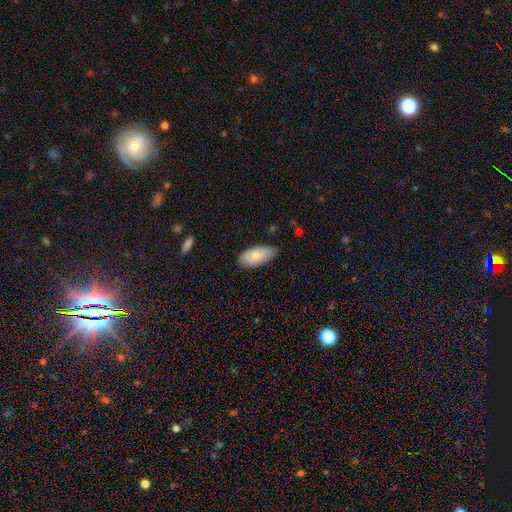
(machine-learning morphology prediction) smooth_or_featured: smooth (p=0.74) [alt: featured or disk p=0.20]
how_rounded: in between (p=0.92) [alt: cigar-shaped p=0.06]
merging: none (p=0.76) [alt: minor disturbance p=0.20]